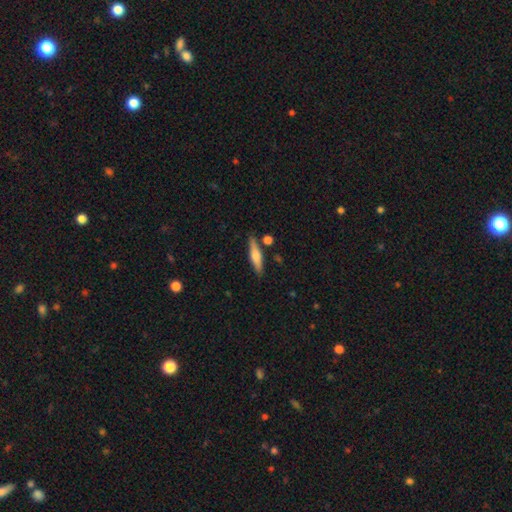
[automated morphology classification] A smooth galaxy with no disk features (52%) that is cigar-shaped (75%).

Vote fractions:
- Smooth or featured? smooth: 52% / featured or disk: 42% / star or artifact: 7%
- How rounded? cigar-shaped: 75% / in between: 22% / round: 3%
- Merging? none: 82% / minor disturbance: 10% / merger: 6% / major disturbance: 2%